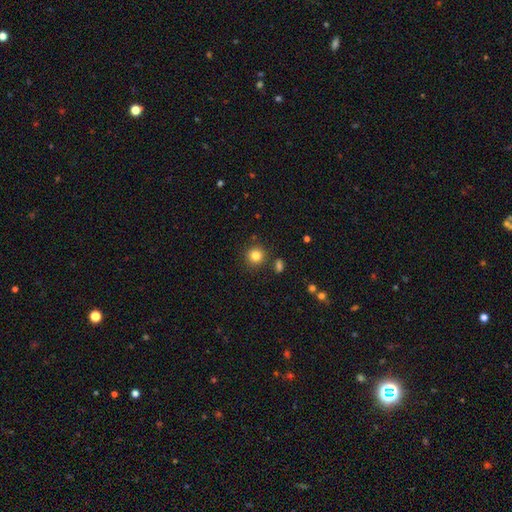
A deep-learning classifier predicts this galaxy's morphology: type=smooth (82%); roundness=round (91%); merging=none (86%).